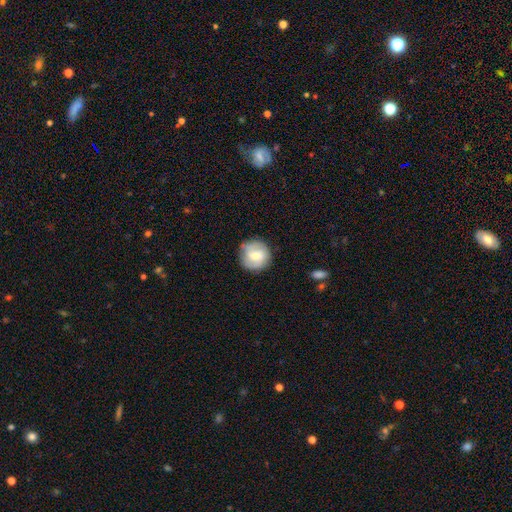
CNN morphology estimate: Smooth or featured? Predicted: smooth (p=0.47). Merging? Predicted: none (p=0.79).